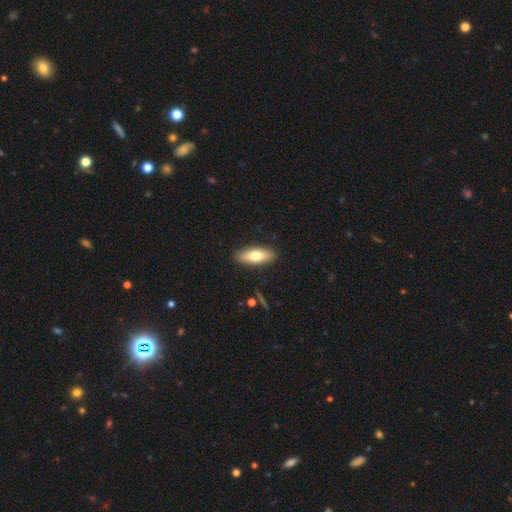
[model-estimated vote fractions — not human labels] A smooth galaxy with no disk features (72%) that is in between round and cigar-shaped (66%). Merging: none (89%).